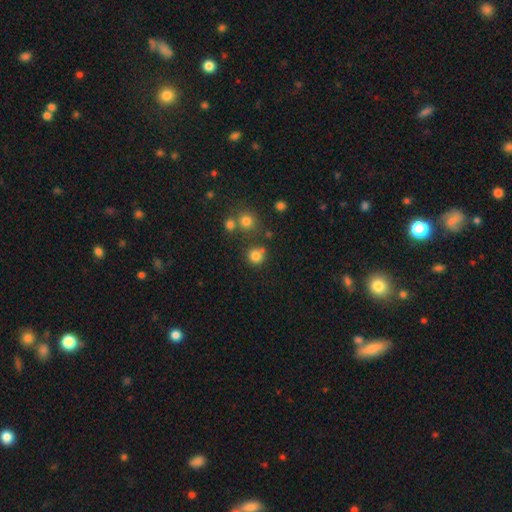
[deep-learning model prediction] smooth_or_featured: smooth (p=0.79) [alt: star or artifact p=0.15]
how_rounded: round (p=0.91) [alt: in between p=0.08]
merging: none (p=0.71) [alt: merger p=0.14]